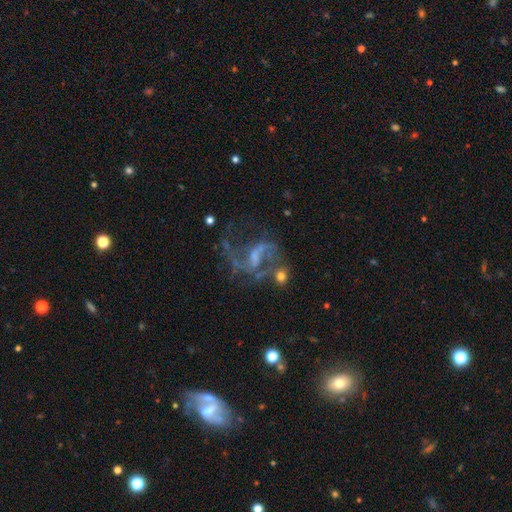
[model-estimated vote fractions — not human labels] Smooth or featured? featured or disk (80%)
Edge-on disk? no (97%)
Bar? weak (50%)
Spiral arms? yes (85%)
Spiral winding? loose (58%)
Spiral arm count? 2 (72%)
Bulge size? small (40%)
Merging? none (42%)